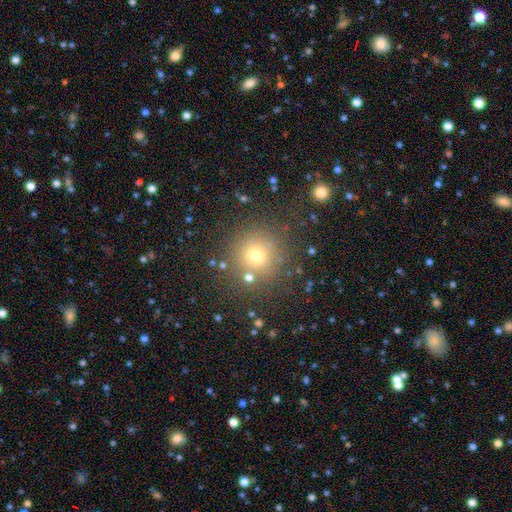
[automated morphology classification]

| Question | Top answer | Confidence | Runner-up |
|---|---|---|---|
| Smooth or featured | smooth | 70% | star or artifact (20%) |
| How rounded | round | 94% | in between (5%) |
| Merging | none | 82% | minor disturbance (8%) |